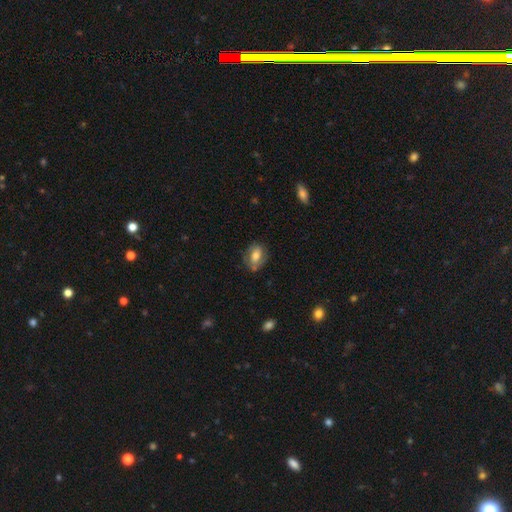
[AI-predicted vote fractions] A smooth galaxy with no disk features (61%) that is in between round and cigar-shaped (76%). Merging: none (67%).